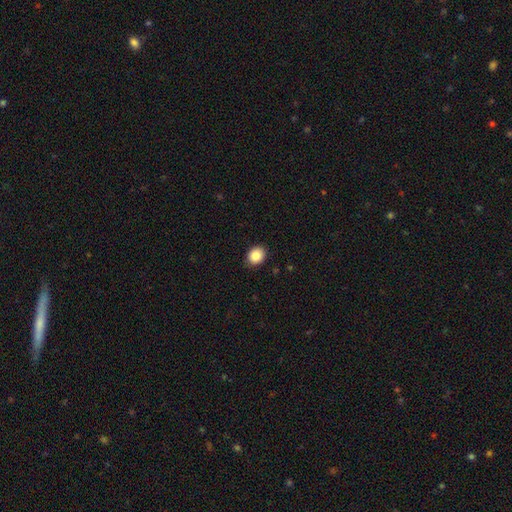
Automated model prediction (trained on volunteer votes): Smooth or featured?
  - smooth: 86% *
  - star or artifact: 9%
  - featured or disk: 5%
How rounded?
  - round: 55% *
  - in between: 44%
  - cigar-shaped: 1%
Merging?
  - none: 89% *
  - minor disturbance: 8%
  - major disturbance: 2%
  - merger: 1%